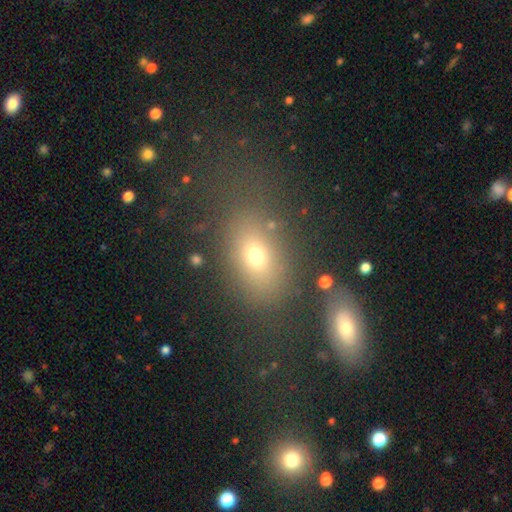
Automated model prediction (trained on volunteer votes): smooth-or-featured: smooth: 67% | star or artifact: 17% | featured or disk: 16%
  how-rounded: in between: 75% | round: 22% | cigar-shaped: 3%
  merging: none: 68% | minor disturbance: 13% | merger: 10% | major disturbance: 9%